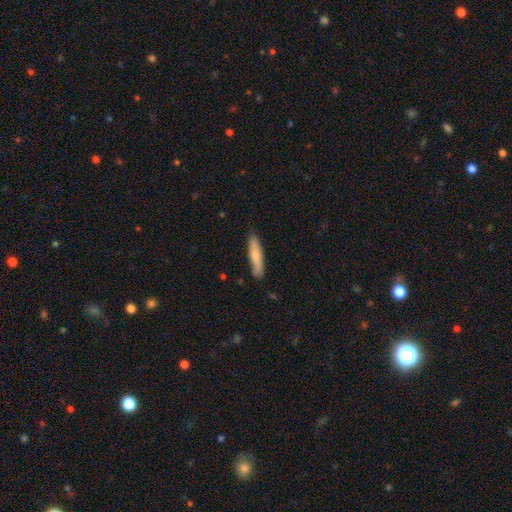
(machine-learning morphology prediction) smooth_or_featured: smooth (p=0.70) [alt: featured or disk p=0.25]
how_rounded: cigar-shaped (p=0.83) [alt: in between p=0.15]
merging: none (p=0.82) [alt: minor disturbance p=0.14]